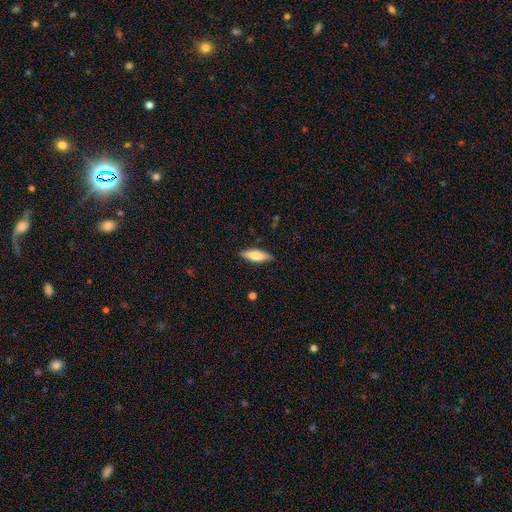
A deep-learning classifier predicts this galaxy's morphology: smooth-or-featured: smooth: 70% | featured or disk: 24% | star or artifact: 6%
  how-rounded: in between: 55% | cigar-shaped: 43% | round: 2%
  merging: none: 87% | minor disturbance: 10% | major disturbance: 2% | merger: 1%